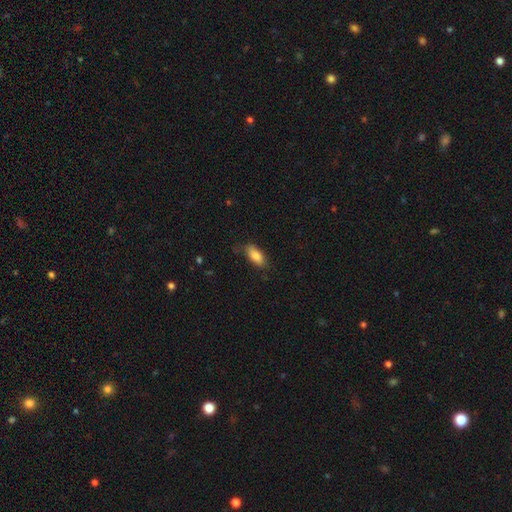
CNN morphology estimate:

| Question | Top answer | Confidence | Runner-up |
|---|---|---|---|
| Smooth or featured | smooth | 85% | featured or disk (8%) |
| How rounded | in between | 85% | cigar-shaped (13%) |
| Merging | none | 72% | minor disturbance (22%) |